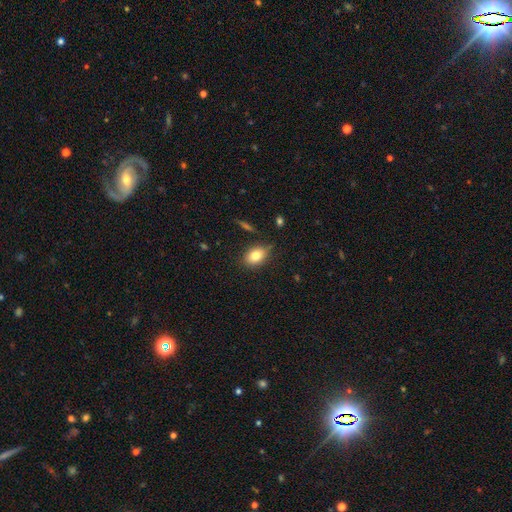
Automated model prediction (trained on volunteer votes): Smooth or featured? Predicted: smooth (p=0.81). How rounded? Predicted: in between (p=0.76). Merging? Predicted: none (p=0.80).